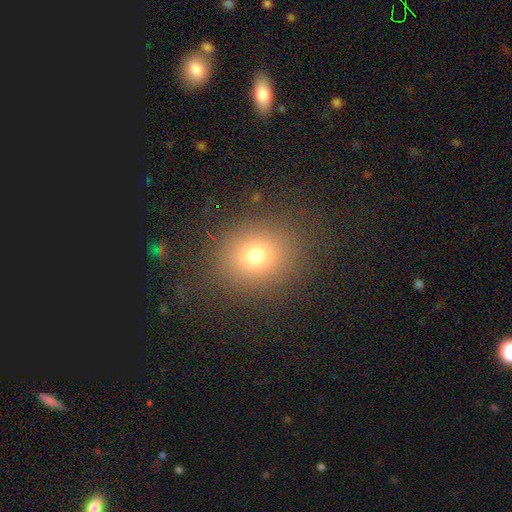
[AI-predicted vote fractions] Smooth or featured? smooth (73%)
How rounded? round (67%)
Merging? none (83%)